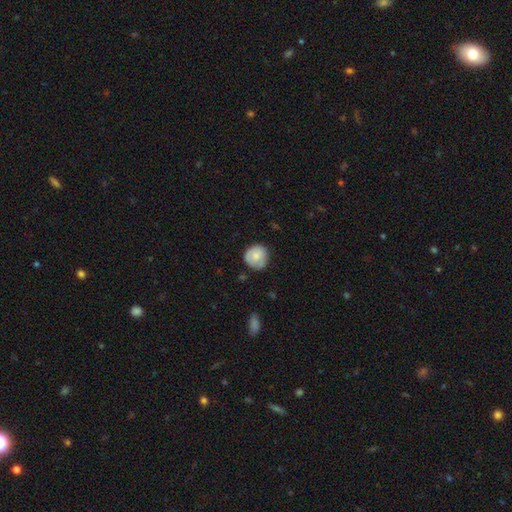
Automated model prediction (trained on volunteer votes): Smooth or featured? smooth (75%)
How rounded? round (89%)
Merging? none (73%)